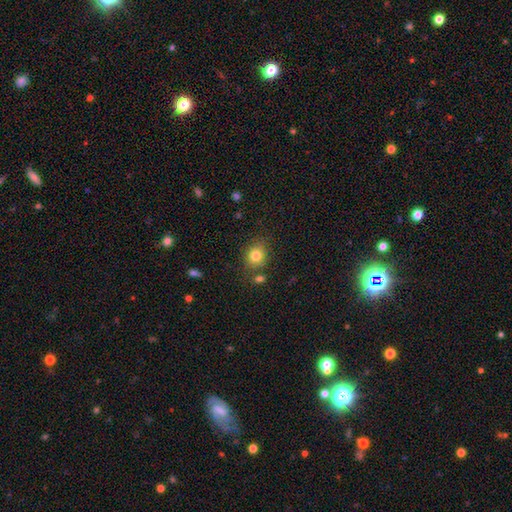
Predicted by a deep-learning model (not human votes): Smooth or featured?
  - smooth: 81% *
  - star or artifact: 11%
  - featured or disk: 8%
How rounded?
  - round: 60% *
  - in between: 39%
  - cigar-shaped: 1%
Merging?
  - none: 77% *
  - minor disturbance: 12%
  - merger: 7%
  - major disturbance: 4%